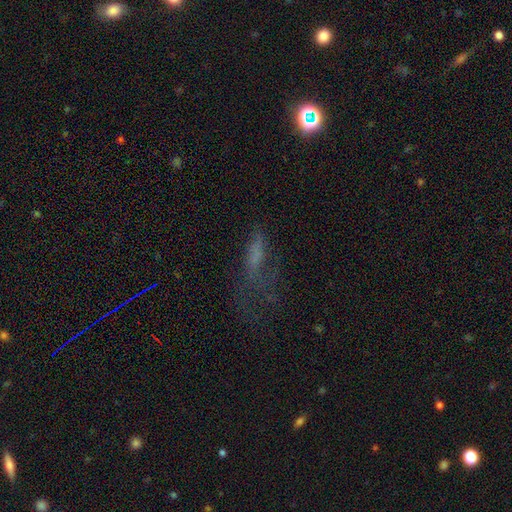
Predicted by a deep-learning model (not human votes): Smooth or featured?
  - smooth: 46% *
  - featured or disk: 31%
  - star or artifact: 24%
Merging?
  - major disturbance: 42% *
  - none: 34%
  - minor disturbance: 20%
  - merger: 4%